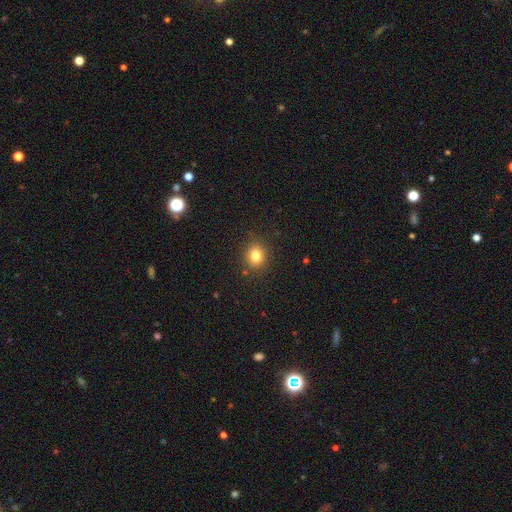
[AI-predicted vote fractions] Morphology: type=smooth (81%); roundness=round (76%); merging=none (87%).